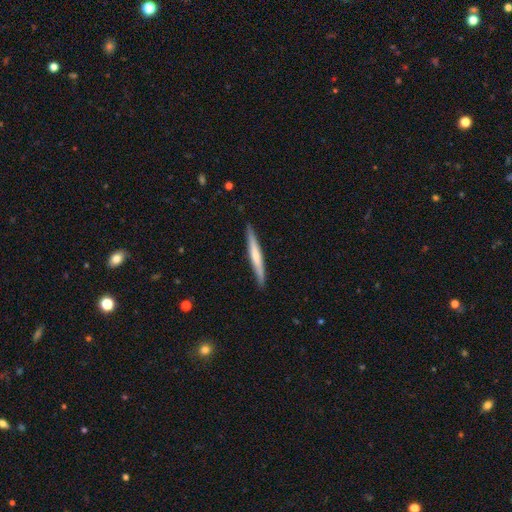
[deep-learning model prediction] Smooth or featured? smooth (51%)
How rounded? cigar-shaped (96%)
Merging? none (90%)